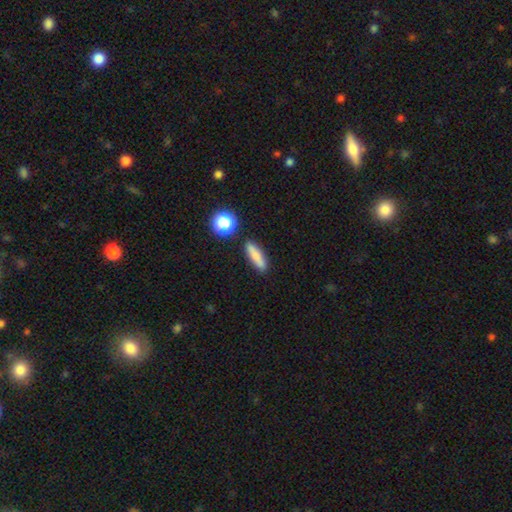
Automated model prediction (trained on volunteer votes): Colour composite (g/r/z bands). It shows a smooth galaxy with no disk features (78%) that is cigar-shaped (67%). Merging: none (85%).